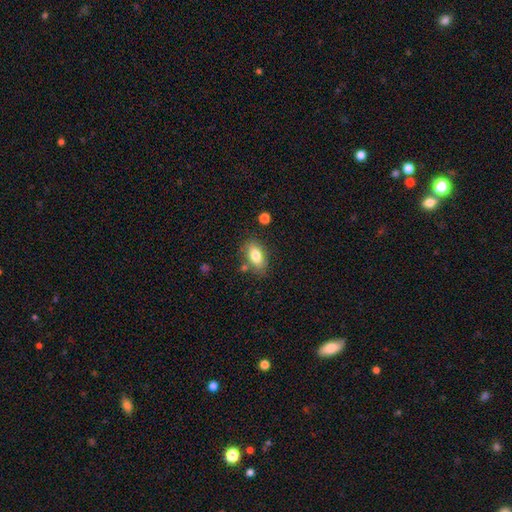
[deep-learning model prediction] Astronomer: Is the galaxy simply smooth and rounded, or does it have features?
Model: smooth — 80%.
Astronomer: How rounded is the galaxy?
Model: in between — 88%.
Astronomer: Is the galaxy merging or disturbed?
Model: none — 75%.